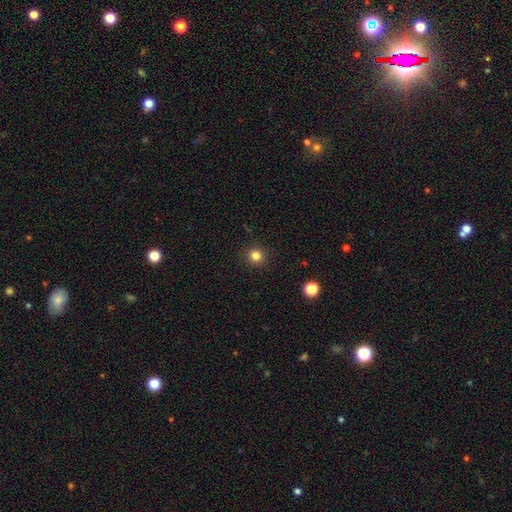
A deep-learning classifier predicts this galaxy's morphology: Q: Smooth or featured?
A: smooth (82%); runner-up: star or artifact (13%)
Q: How rounded?
A: round (92%); runner-up: in between (7%)
Q: Merging?
A: none (92%); runner-up: minor disturbance (5%)